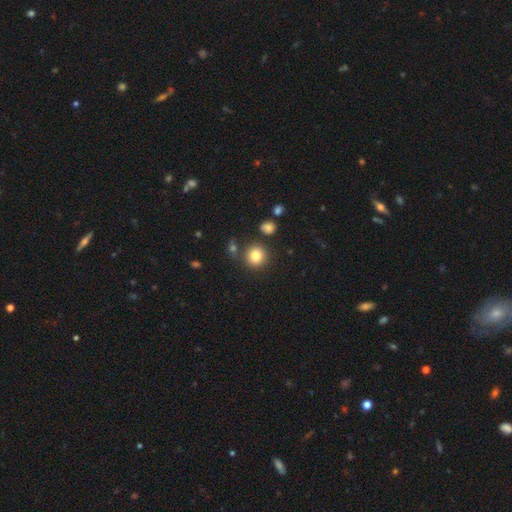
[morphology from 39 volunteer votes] A smooth galaxy with no disk features (82%) that is round (100%). Merging: none (92%).